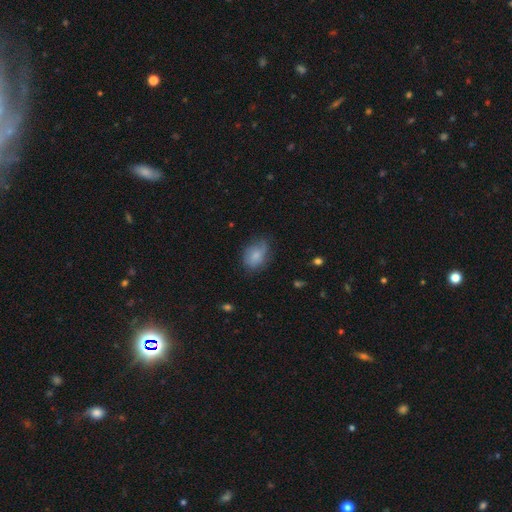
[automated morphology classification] The model was most divided on "merging": none: 56%, minor disturbance: 32%, major disturbance: 10%, merger: 2%. More confident: smooth or featured — smooth (76%); how rounded — in between (75%).